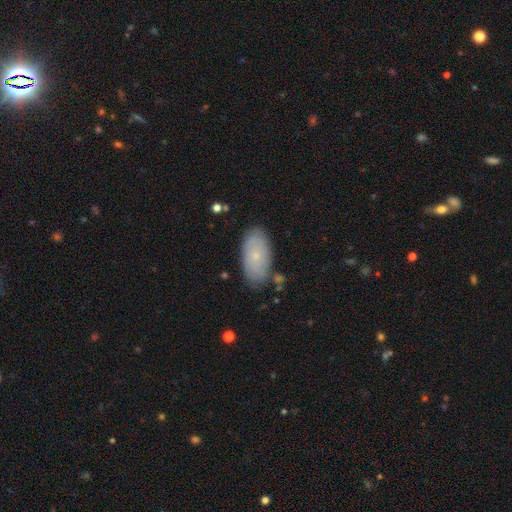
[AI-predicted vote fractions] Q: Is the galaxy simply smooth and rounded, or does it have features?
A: smooth — 66%.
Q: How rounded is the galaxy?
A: in between — 93%.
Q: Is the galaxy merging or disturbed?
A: none — 81%.